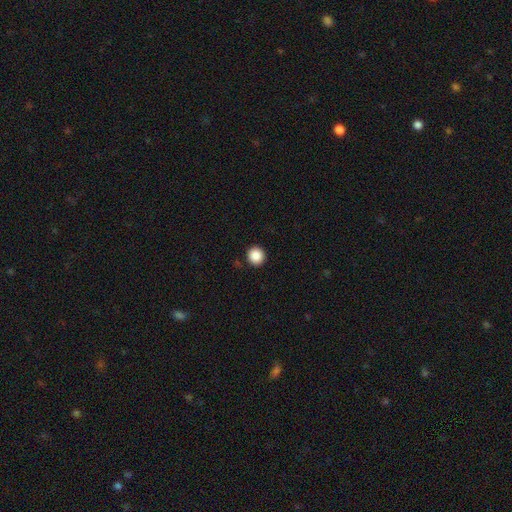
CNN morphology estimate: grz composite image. It shows a smooth galaxy with no disk features (88%) that is round (95%). Merging: none (92%).